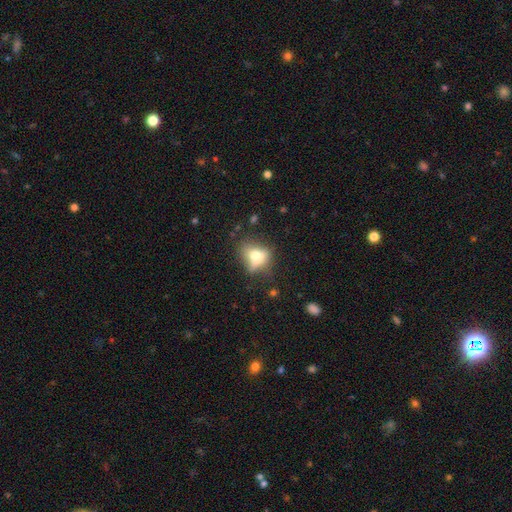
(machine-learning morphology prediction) This is likely a smooth galaxy (66%). How rounded: possibly in between (55%). Merging: possibly none (49%).